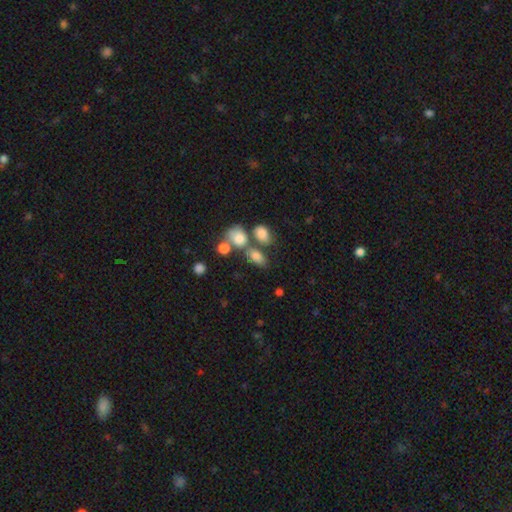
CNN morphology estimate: type=smooth (76%); roundness=in between (80%); merging=none (44%).